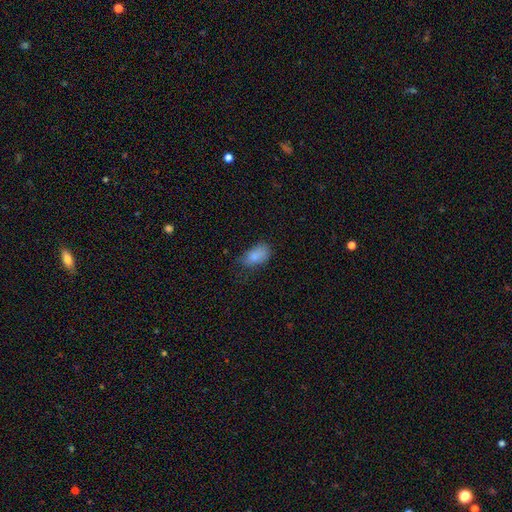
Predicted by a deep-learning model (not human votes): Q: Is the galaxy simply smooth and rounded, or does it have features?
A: smooth — 82%.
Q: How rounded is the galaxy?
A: in between — 90%.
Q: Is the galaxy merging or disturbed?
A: none — 45%.